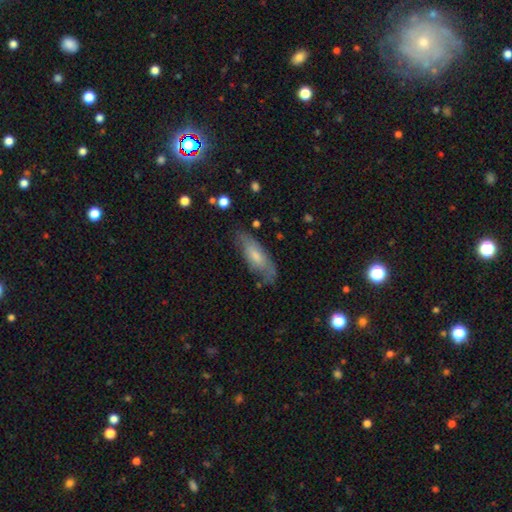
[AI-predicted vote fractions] smooth 54%, featured or disk 39%, star or artifact 7%. Down the decision tree: how rounded — in between (61%); merging — none (67%).